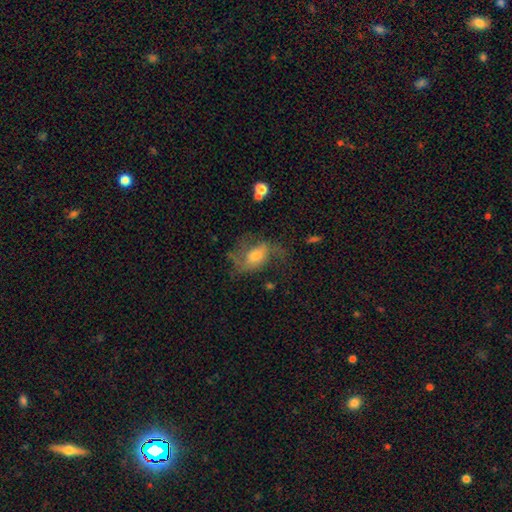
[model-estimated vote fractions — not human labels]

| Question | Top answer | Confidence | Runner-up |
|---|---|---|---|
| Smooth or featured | featured or disk | 59% | smooth (30%) |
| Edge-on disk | no | 94% | yes (6%) |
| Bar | no | 48% | weak (38%) |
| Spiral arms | yes | 77% | no (23%) |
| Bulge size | moderate | 58% | small (25%) |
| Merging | none | 44% | major disturbance (29%) |